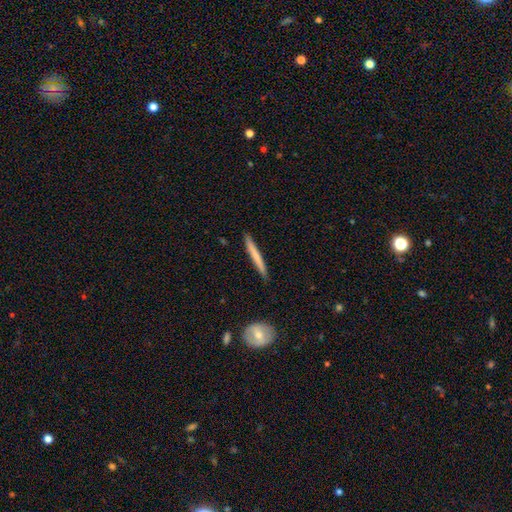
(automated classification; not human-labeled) This is likely a smooth galaxy (65%). How rounded: clearly cigar-shaped (96%). Merging: clearly none (89%).